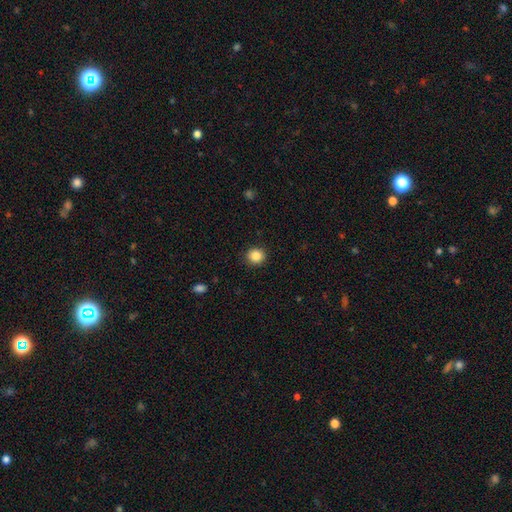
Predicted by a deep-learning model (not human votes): Smooth or featured: smooth — 87% (star or artifact — 10%)
How rounded: round — 89% (in between — 11%)
Merging: none — 90% (minor disturbance — 6%)